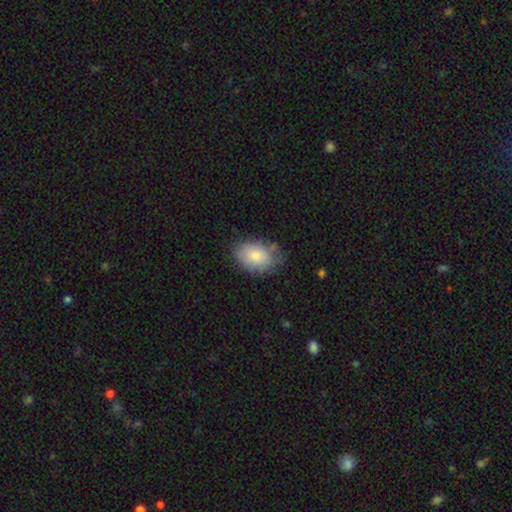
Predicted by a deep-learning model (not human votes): This appears to be a smooth galaxy with no disk features (81%) that is in between round and cigar-shaped (80%). Merging: none (68%).